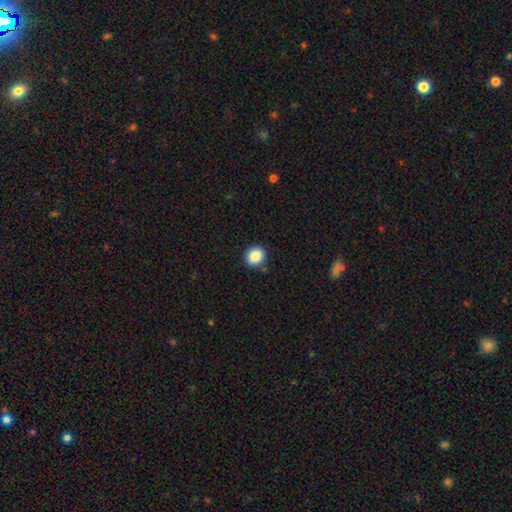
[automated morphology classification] A smooth galaxy with no disk features (87%) that is round (72%). Merging: none (88%).